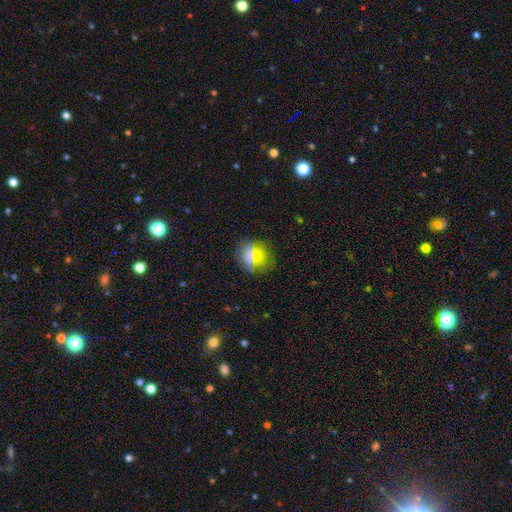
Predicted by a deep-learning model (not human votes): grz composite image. It shows a smooth galaxy with no disk features (70%) that is round (84%). Merging: none (83%).